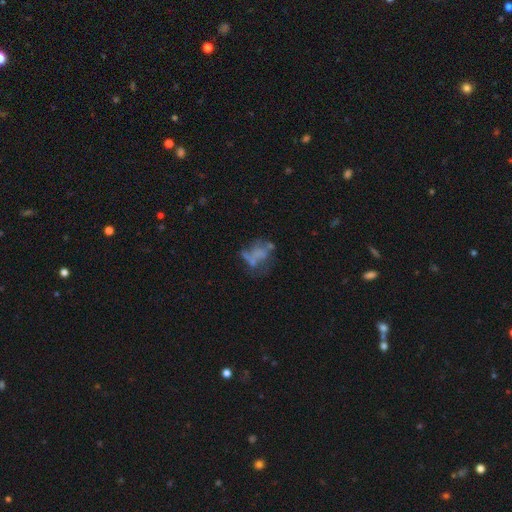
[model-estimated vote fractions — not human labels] Smooth or featured?
  - featured or disk: 51% *
  - smooth: 33%
  - star or artifact: 16%
Edge-on disk?
  - no: 97% *
  - yes: 3%
Merging?
  - none: 36% *
  - major disturbance: 31%
  - minor disturbance: 20%
  - merger: 14%